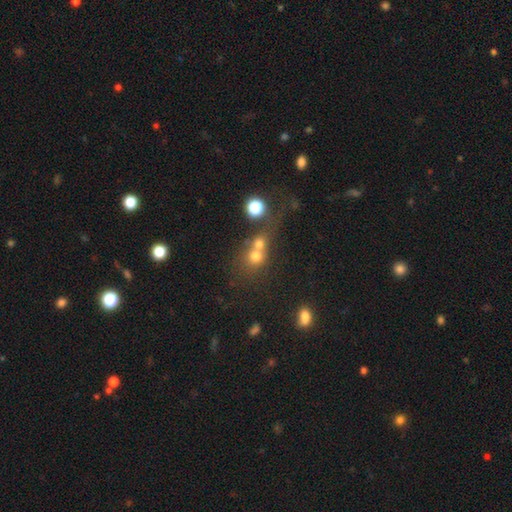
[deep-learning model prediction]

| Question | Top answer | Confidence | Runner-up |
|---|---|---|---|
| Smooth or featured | smooth | 66% | star or artifact (18%) |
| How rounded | round | 81% | in between (18%) |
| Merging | merger | 57% | none (32%) |